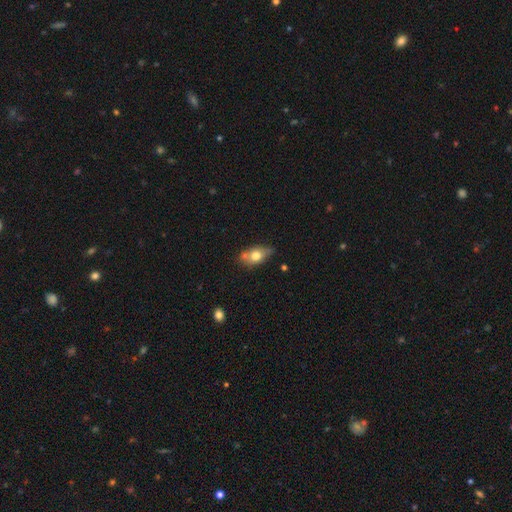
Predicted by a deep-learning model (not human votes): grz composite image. It shows a smooth galaxy with no disk features (66%) that is in between round and cigar-shaped (80%). Merging: none (55%).